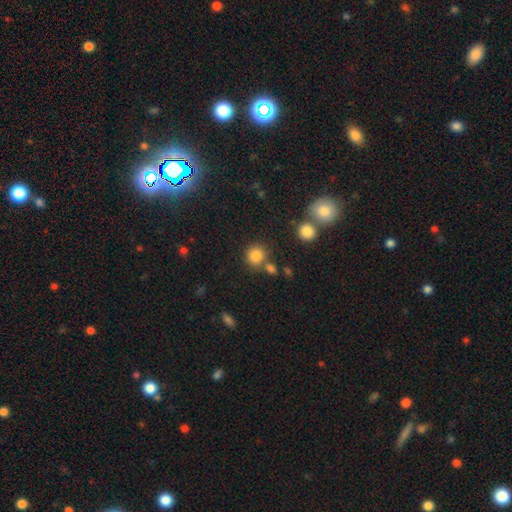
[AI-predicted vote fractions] The model was most divided on "merging": none: 70%, merger: 15%, minor disturbance: 10%, major disturbance: 4%. More confident: how rounded — round (87%); smooth or featured — smooth (83%).